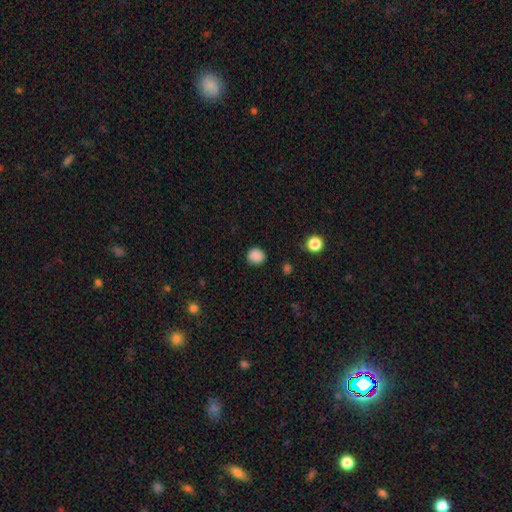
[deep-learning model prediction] The model was most divided on "how rounded": round: 78%, in between: 21%, cigar-shaped: 1%. More confident: smooth or featured — smooth (86%); merging — none (84%).